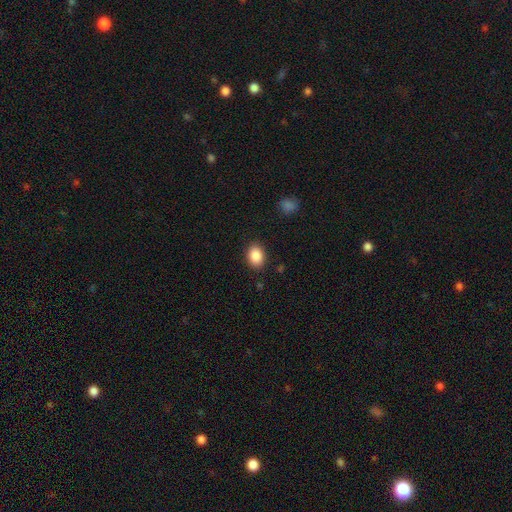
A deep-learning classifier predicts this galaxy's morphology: Smooth or featured: smooth — 88% (star or artifact — 8%)
How rounded: in between — 70% (round — 29%)
Merging: none — 88% (minor disturbance — 8%)